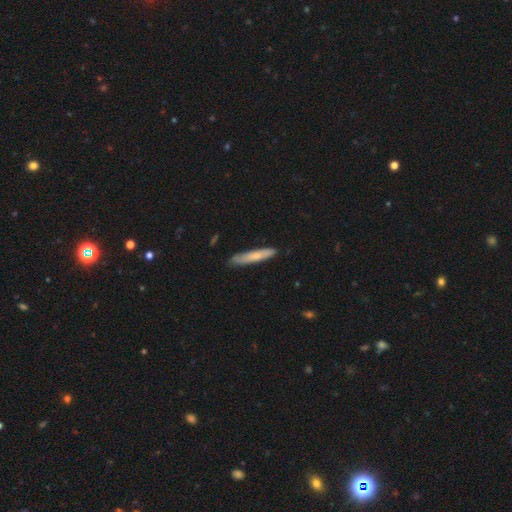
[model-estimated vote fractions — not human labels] The model was most divided on "smooth or featured": smooth: 71%, featured or disk: 24%, star or artifact: 5%. More confident: how rounded — cigar-shaped (92%); merging — none (83%).